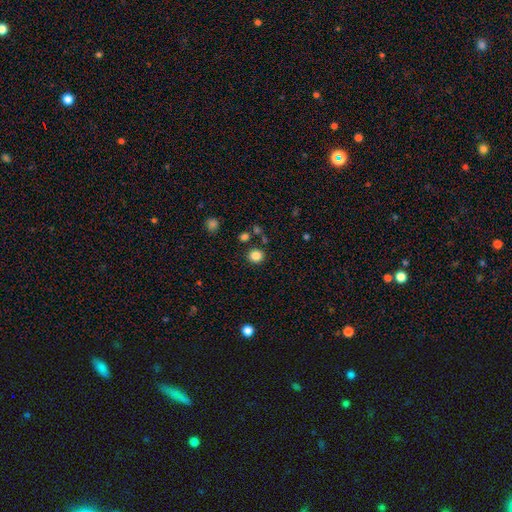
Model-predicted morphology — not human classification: smooth_or_featured: smooth (p=0.84) [alt: star or artifact p=0.12]
how_rounded: round (p=0.82) [alt: in between p=0.17]
merging: none (p=0.86) [alt: minor disturbance p=0.07]